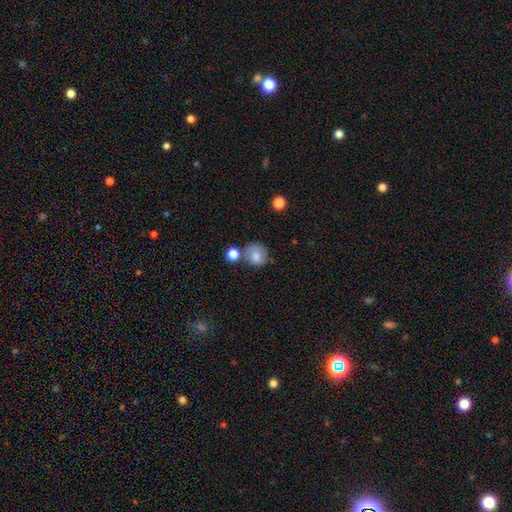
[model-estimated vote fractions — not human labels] A smooth galaxy with no disk features (81%) that is round (84%).

Vote fractions:
- Smooth or featured? smooth: 81% / featured or disk: 10% / star or artifact: 9%
- How rounded? round: 84% / in between: 15% / cigar-shaped: 1%
- Merging? none: 58% / merger: 18% / minor disturbance: 17% / major disturbance: 6%